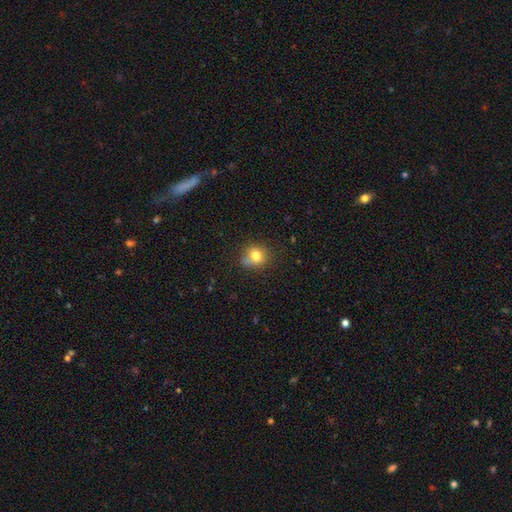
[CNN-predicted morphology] smooth-or-featured: smooth: 78% | star or artifact: 12% | featured or disk: 10%
  how-rounded: round: 76% | in between: 23% | cigar-shaped: 1%
  merging: none: 65% | minor disturbance: 24% | major disturbance: 7% | merger: 4%